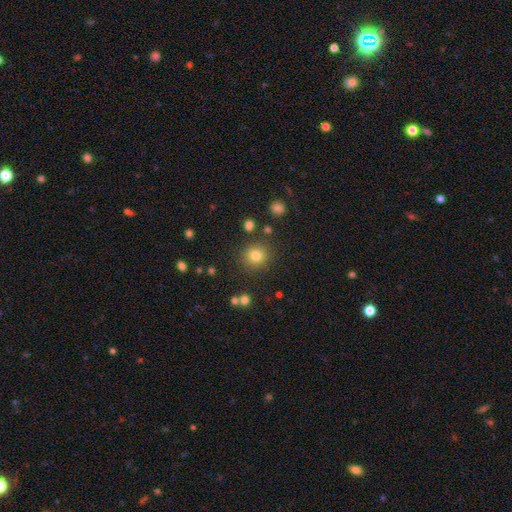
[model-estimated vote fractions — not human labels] smooth 80%, star or artifact 13%, featured or disk 7%. Down the decision tree: how rounded — round (89%); merging — none (86%).